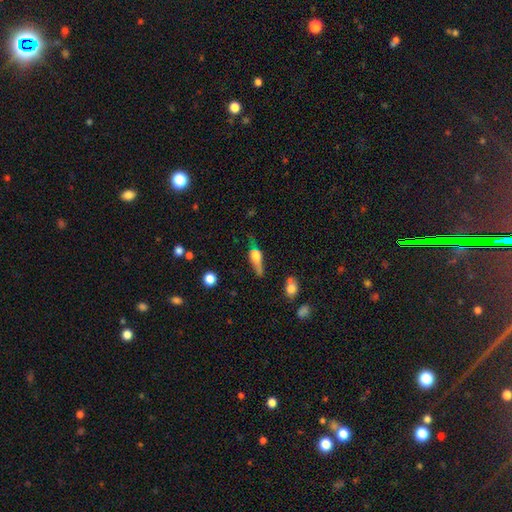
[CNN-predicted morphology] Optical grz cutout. It shows a featured or disk galaxy (53%) viewed edge-on (87%). Merging: none (54%).